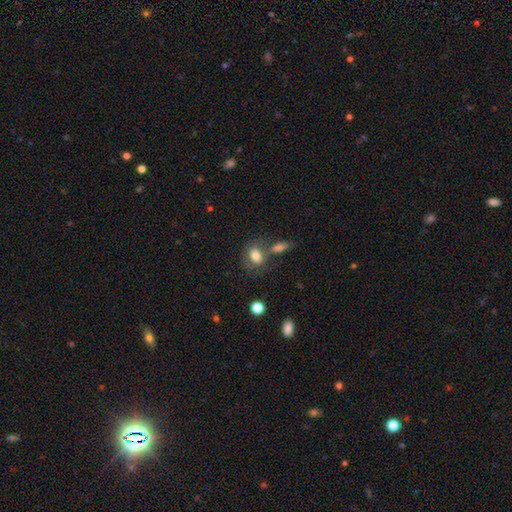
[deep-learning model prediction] A smooth galaxy with no disk features (77%) that is in between round and cigar-shaped (71%).

Vote fractions:
- Smooth or featured? smooth: 77% / featured or disk: 14% / star or artifact: 9%
- How rounded? in between: 71% / round: 27% / cigar-shaped: 2%
- Merging? none: 52% / merger: 26% / minor disturbance: 15% / major disturbance: 7%